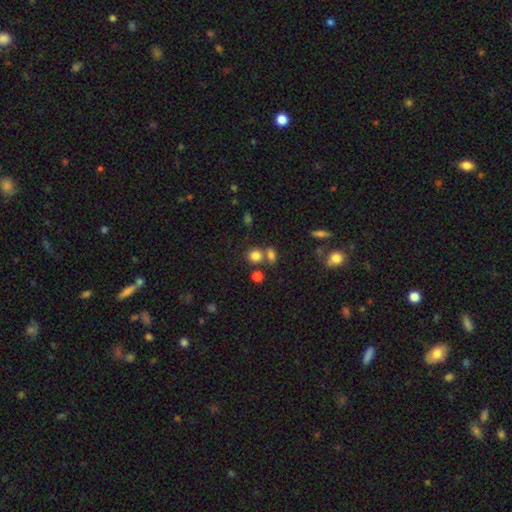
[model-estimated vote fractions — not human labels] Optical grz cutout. It shows a smooth galaxy with no disk features (79%) that is round (80%). Merging: none (59%).